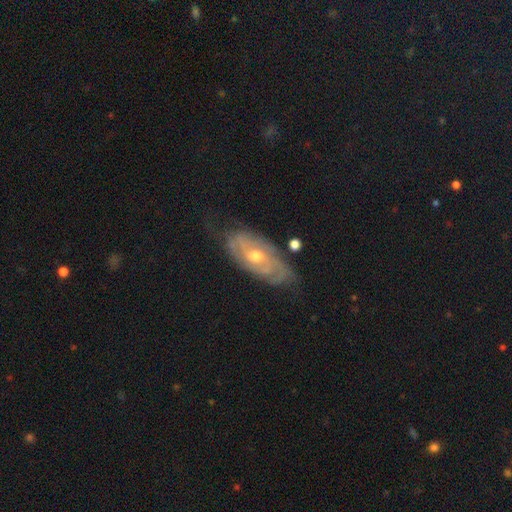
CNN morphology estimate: type=featured or disk (79%); edge-on=no (90%); bar=no (67%); spiral arms=yes (88%); winding=tight (67%); arm count=can't tell (45%); bulge=moderate (59%); merging=none (70%).